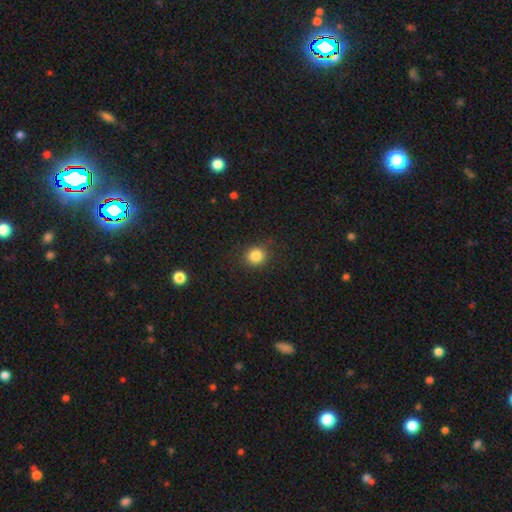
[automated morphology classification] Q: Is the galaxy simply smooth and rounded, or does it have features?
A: smooth — 84%.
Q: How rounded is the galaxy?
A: round — 89%.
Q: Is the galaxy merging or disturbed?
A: none — 88%.